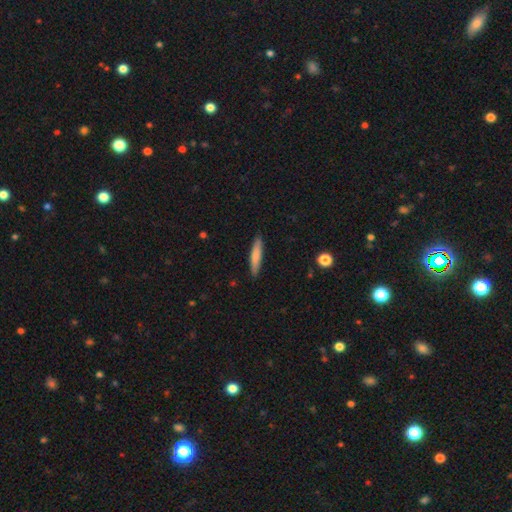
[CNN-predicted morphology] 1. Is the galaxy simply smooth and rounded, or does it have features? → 76% smooth, 18% featured or disk, 6% star or artifact.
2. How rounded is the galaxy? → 89% cigar-shaped, 10% in between, 1% round.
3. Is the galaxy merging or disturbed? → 89% none, 9% minor disturbance, 2% major disturbance, 1% merger.